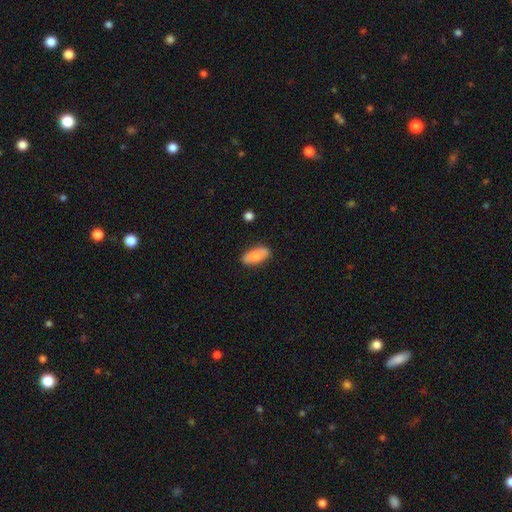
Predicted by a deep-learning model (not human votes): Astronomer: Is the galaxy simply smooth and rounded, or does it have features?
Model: smooth — 74%.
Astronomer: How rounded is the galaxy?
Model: in between — 81%.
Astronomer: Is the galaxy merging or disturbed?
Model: none — 83%.